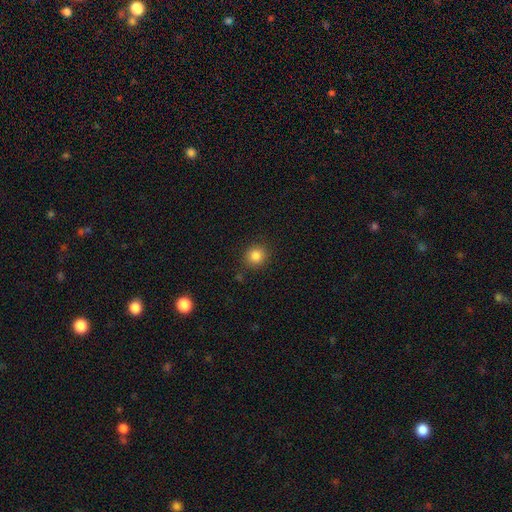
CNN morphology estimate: Smooth or featured?
  - smooth: 84% *
  - star or artifact: 11%
  - featured or disk: 5%
How rounded?
  - round: 86% *
  - in between: 13%
  - cigar-shaped: 1%
Merging?
  - none: 86% *
  - minor disturbance: 9%
  - major disturbance: 3%
  - merger: 2%